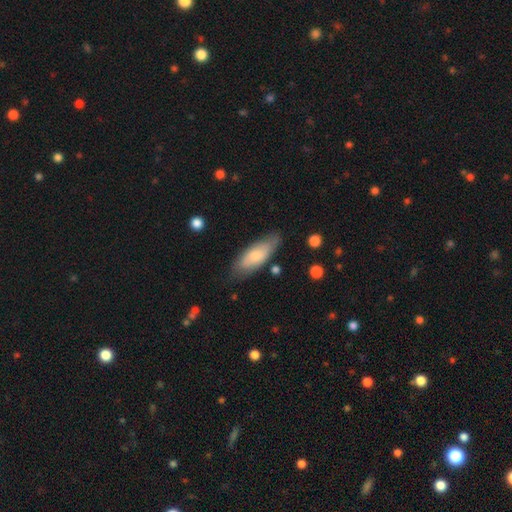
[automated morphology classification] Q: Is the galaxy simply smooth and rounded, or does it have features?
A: smooth — 68%.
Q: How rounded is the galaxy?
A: in between — 73%.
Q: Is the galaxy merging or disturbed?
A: none — 75%.